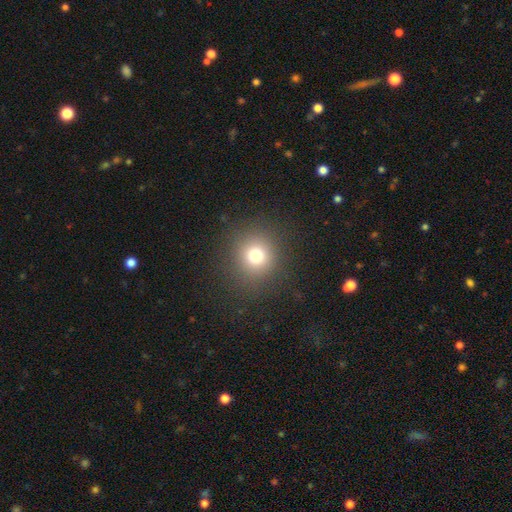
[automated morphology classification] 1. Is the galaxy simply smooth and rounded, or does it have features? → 75% smooth, 17% star or artifact, 8% featured or disk.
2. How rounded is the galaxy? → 89% round, 10% in between, 1% cigar-shaped.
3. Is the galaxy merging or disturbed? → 88% none, 7% minor disturbance, 4% major disturbance, 1% merger.